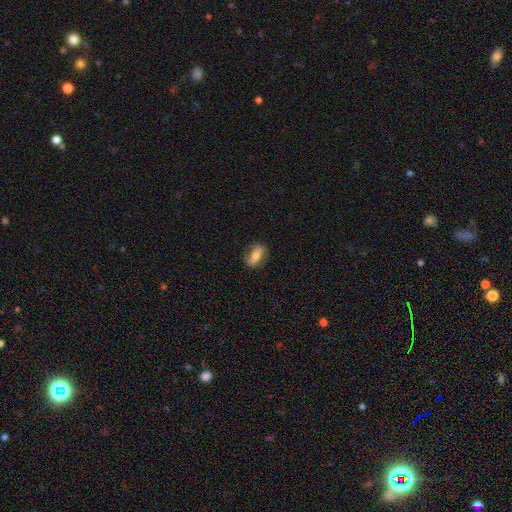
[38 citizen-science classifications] Smooth or featured? 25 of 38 (66%) said smooth. How rounded? 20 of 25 (80%) said in between. Merging? 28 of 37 (76%) said none.